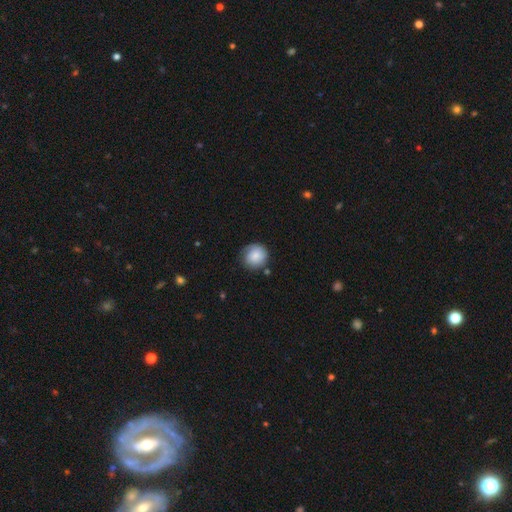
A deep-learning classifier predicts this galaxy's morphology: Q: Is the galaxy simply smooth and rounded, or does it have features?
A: smooth — 75%.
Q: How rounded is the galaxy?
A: round — 89%.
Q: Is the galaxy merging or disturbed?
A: none — 69%.